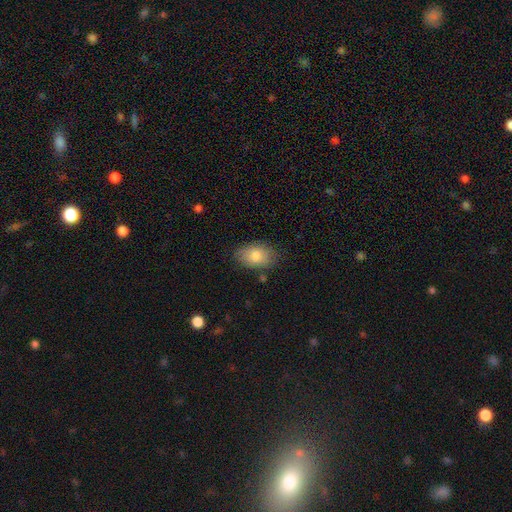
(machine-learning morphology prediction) type=smooth (82%); roundness=in between (89%); merging=none (78%).